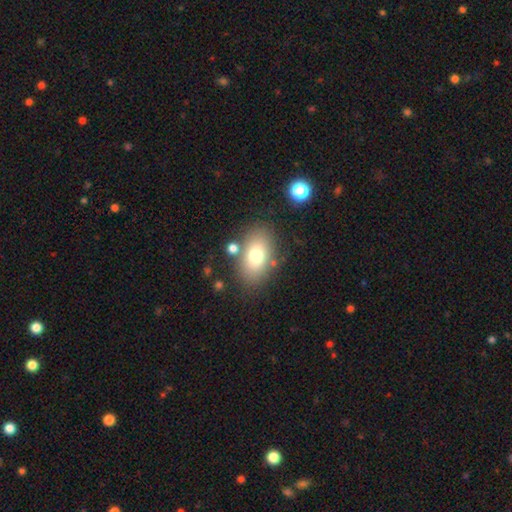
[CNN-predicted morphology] smooth 74%, featured or disk 16%, star or artifact 10%. Down the decision tree: how rounded — in between (86%); merging — none (78%).